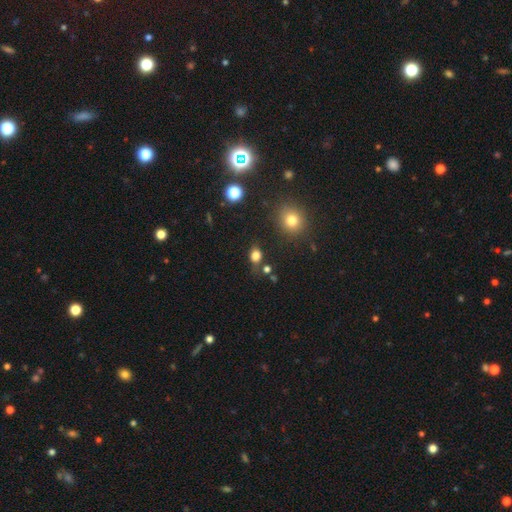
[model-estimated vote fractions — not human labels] smooth-or-featured: smooth: 78% | star or artifact: 16% | featured or disk: 6%
  how-rounded: in between: 57% | round: 41% | cigar-shaped: 2%
  merging: none: 72% | minor disturbance: 16% | merger: 7% | major disturbance: 6%